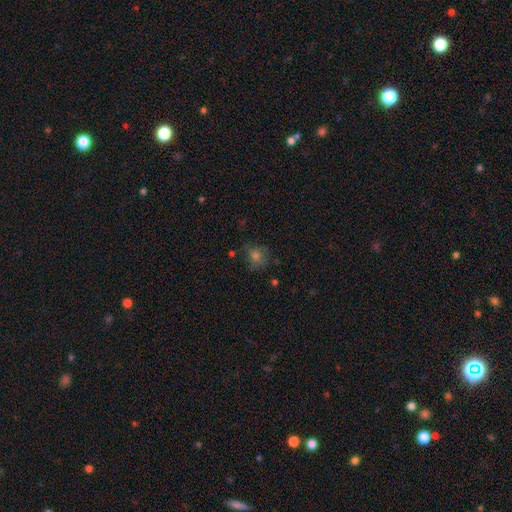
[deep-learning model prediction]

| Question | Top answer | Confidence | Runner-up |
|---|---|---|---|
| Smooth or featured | smooth | 62% | star or artifact (22%) |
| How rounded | round | 78% | in between (21%) |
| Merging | none | 68% | minor disturbance (20%) |